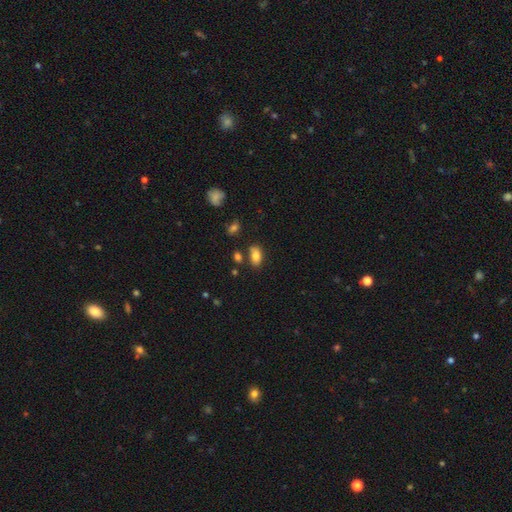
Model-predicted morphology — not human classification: Smooth or featured? smooth (82%)
How rounded? in between (90%)
Merging? none (72%)